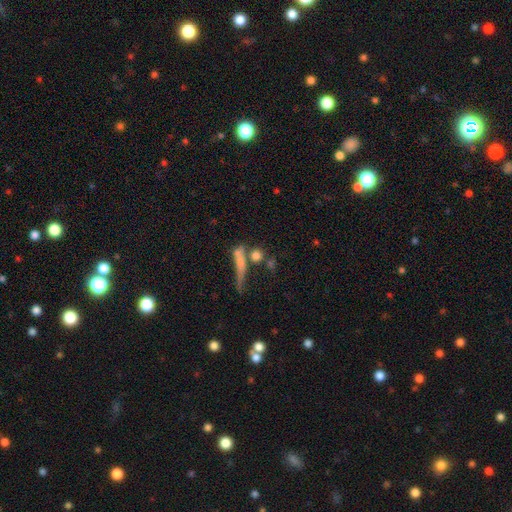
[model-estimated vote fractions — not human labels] Smooth or featured? smooth (67%)
How rounded? round (51%)
Merging? none (50%)